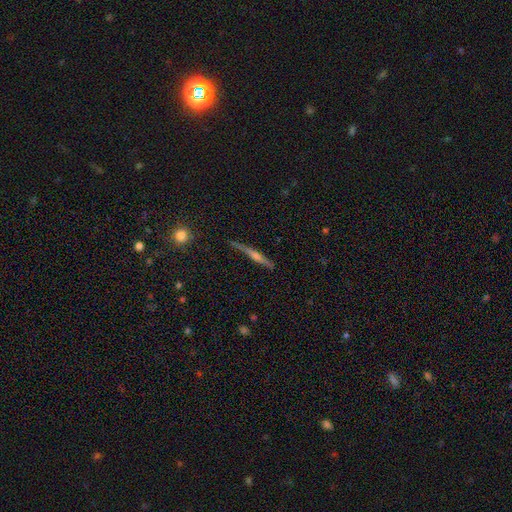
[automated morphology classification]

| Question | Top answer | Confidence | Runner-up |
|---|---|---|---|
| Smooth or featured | featured or disk | 71% | smooth (22%) |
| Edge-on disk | yes | 97% | no (3%) |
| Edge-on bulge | rounded | 73% | none (18%) |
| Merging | none | 84% | minor disturbance (12%) |